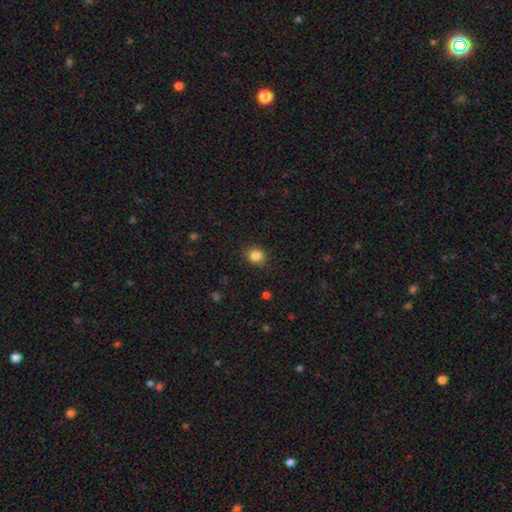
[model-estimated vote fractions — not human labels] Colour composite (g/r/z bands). It shows a smooth galaxy with no disk features (84%) that is round (70%). Merging: none (89%).